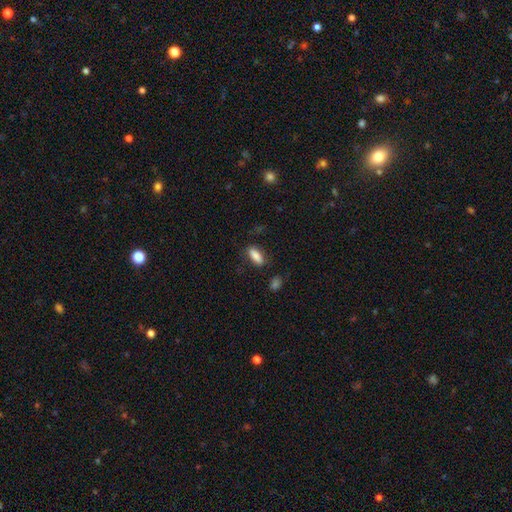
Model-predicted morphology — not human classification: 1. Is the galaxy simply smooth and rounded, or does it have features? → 86% smooth, 7% star or artifact, 7% featured or disk.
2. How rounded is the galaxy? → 72% in between, 26% cigar-shaped, 3% round.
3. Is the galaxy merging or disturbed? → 80% none, 14% minor disturbance, 4% major disturbance, 2% merger.